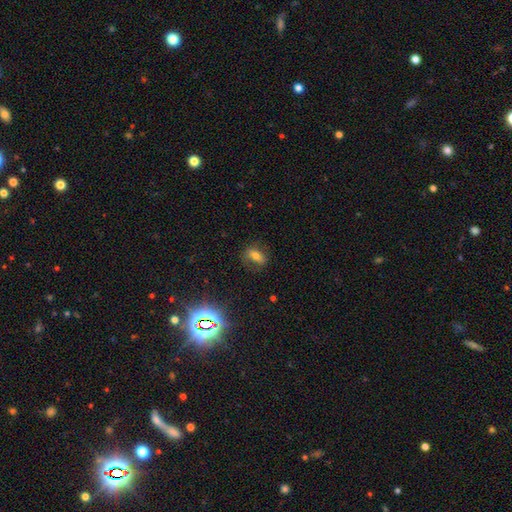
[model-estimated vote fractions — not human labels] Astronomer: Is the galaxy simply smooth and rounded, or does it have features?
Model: smooth — 58%.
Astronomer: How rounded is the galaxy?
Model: in between — 75%.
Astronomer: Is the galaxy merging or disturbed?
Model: none — 75%.